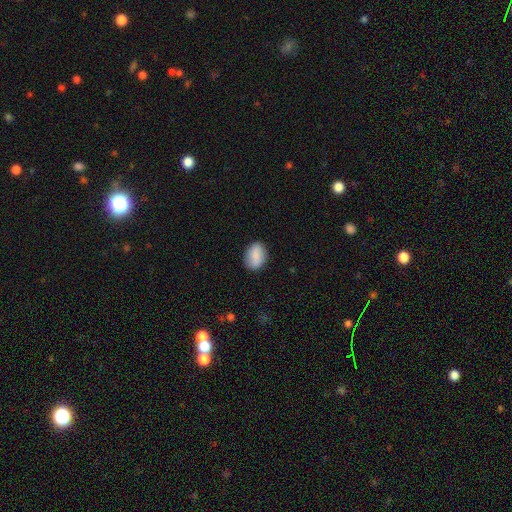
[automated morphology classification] Overall: smooth (85%). How rounded: in between (76%). Merging: none (85%).